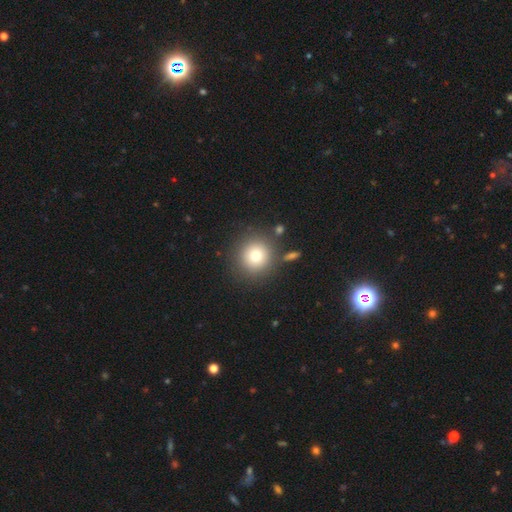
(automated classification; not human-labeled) smooth_or_featured: smooth (p=0.76) [alt: star or artifact p=0.12]
how_rounded: round (p=0.93) [alt: in between p=0.06]
merging: none (p=0.83) [alt: minor disturbance p=0.08]